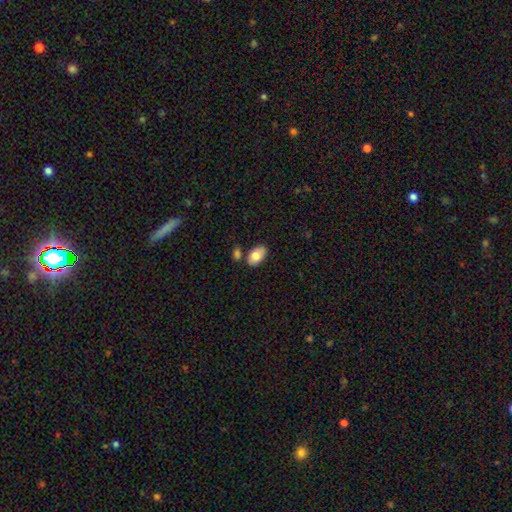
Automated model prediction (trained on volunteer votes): smooth 83%, featured or disk 11%, star or artifact 6%. Down the decision tree: how rounded — in between (93%); merging — none (75%).